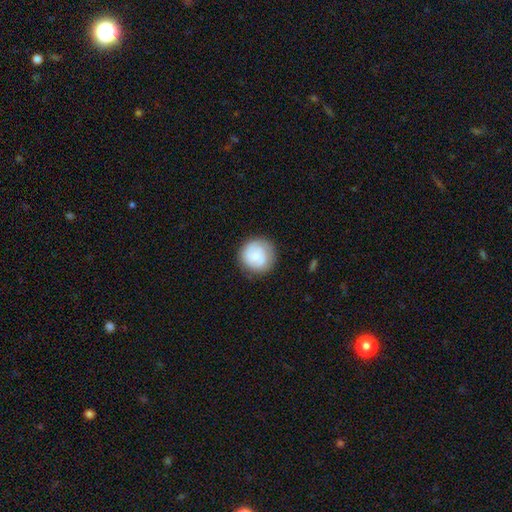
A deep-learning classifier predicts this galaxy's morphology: Q: Smooth or featured?
A: smooth (62%); runner-up: featured or disk (31%)
Q: How rounded?
A: round (93%); runner-up: in between (6%)
Q: Merging?
A: none (83%); runner-up: minor disturbance (12%)